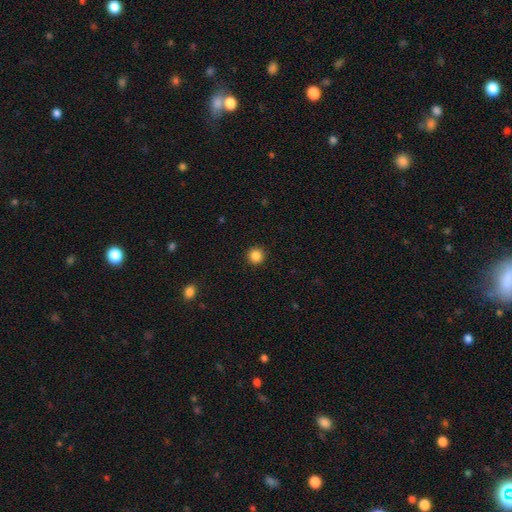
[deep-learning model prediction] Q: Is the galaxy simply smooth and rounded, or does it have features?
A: smooth — 86%.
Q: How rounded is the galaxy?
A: round — 95%.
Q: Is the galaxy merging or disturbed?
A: none — 93%.